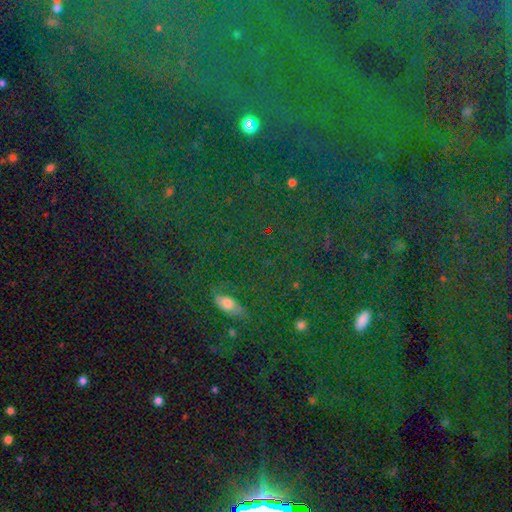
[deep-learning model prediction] star or artifact 65%, smooth 21%, featured or disk 14%.